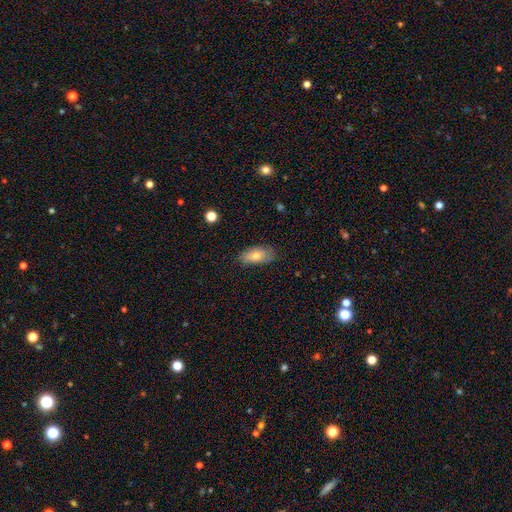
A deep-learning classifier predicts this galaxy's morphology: Smooth or featured?
  - smooth: 73% *
  - featured or disk: 19%
  - star or artifact: 8%
How rounded?
  - in between: 87% *
  - cigar-shaped: 9%
  - round: 3%
Merging?
  - none: 80% *
  - minor disturbance: 16%
  - major disturbance: 3%
  - merger: 1%